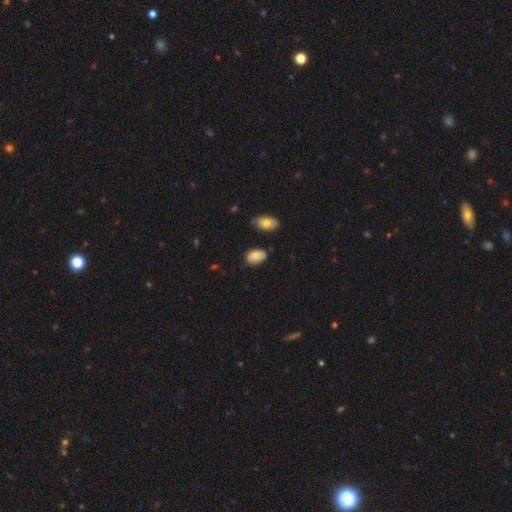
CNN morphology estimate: smooth_or_featured: smooth (p=0.82) [alt: featured or disk p=0.10]
how_rounded: in between (p=0.90) [alt: round p=0.09]
merging: none (p=0.72) [alt: minor disturbance p=0.21]